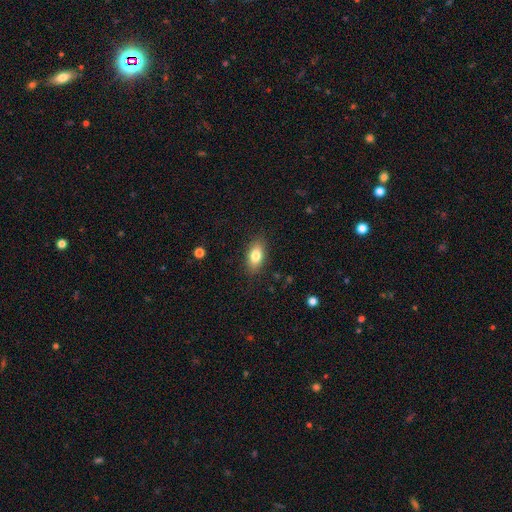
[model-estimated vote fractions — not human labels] The model was most divided on "smooth or featured": smooth: 80%, featured or disk: 12%, star or artifact: 8%. More confident: how rounded — in between (87%); merging — none (87%).